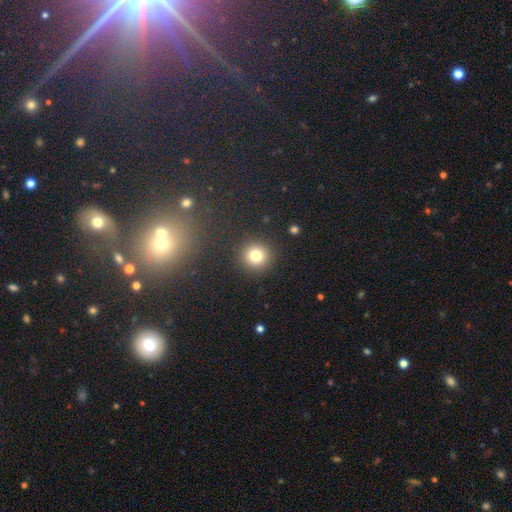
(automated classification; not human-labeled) smooth_or_featured: smooth (p=0.80) [alt: star or artifact p=0.13]
how_rounded: round (p=0.93) [alt: in between p=0.06]
merging: none (p=0.90) [alt: minor disturbance p=0.06]